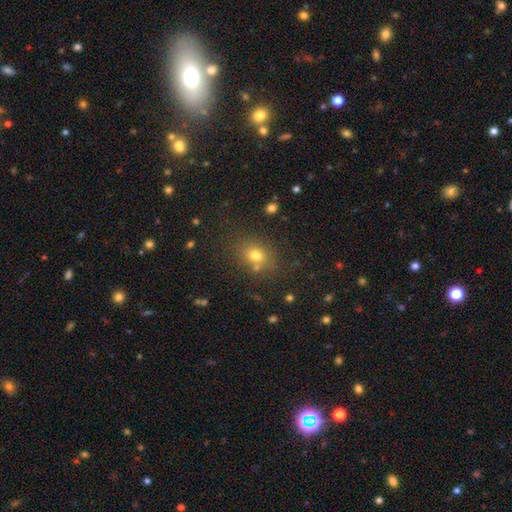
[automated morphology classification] This is likely a smooth galaxy (72%). How rounded: possibly round (54%). Merging: likely none (74%).